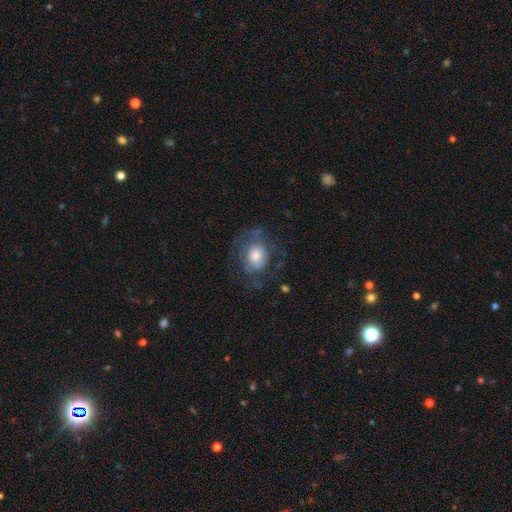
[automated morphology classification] Smooth or featured: smooth — 47% (featured or disk — 44%)
Merging: none — 55% (major disturbance — 23%)